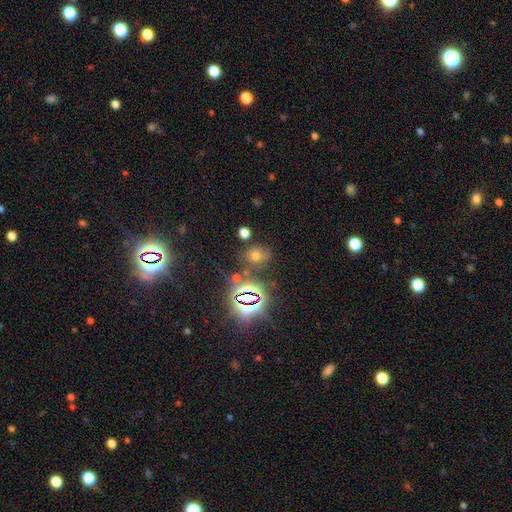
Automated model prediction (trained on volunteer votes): Smooth or featured?
  - star or artifact: 44% * (tied)
  - smooth: 44% * (tied)
  - featured or disk: 11%